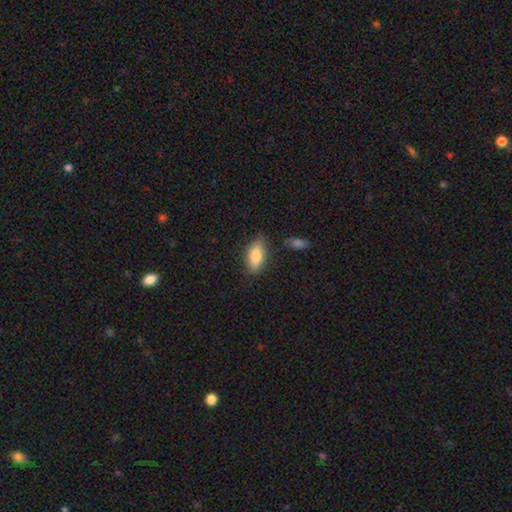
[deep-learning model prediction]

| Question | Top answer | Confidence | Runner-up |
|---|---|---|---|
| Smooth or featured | smooth | 81% | featured or disk (13%) |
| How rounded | in between | 87% | cigar-shaped (10%) |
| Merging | none | 77% | minor disturbance (16%) |